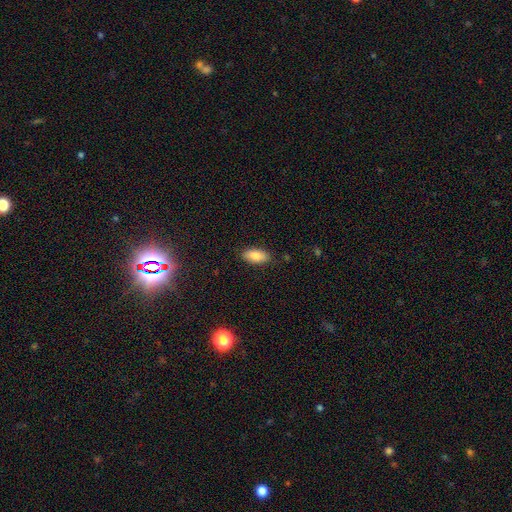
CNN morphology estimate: smooth-or-featured: smooth: 86% | star or artifact: 7% | featured or disk: 6%
  how-rounded: in between: 90% | cigar-shaped: 8% | round: 2%
  merging: none: 86% | minor disturbance: 10% | major disturbance: 2% | merger: 1%